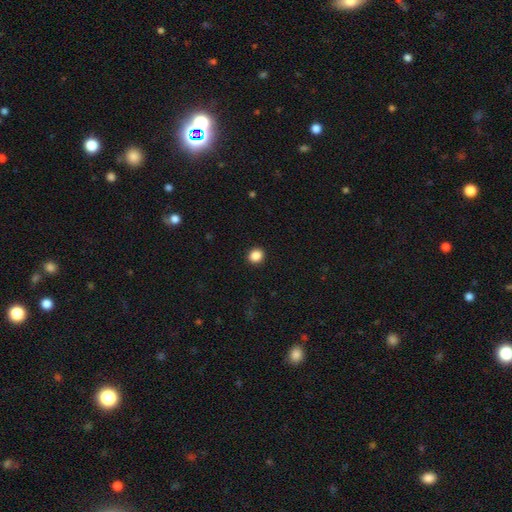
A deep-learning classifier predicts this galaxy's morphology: smooth_or_featured: smooth (p=0.87) [alt: star or artifact p=0.10]
how_rounded: round (p=0.78) [alt: in between p=0.21]
merging: none (p=0.92) [alt: minor disturbance p=0.05]